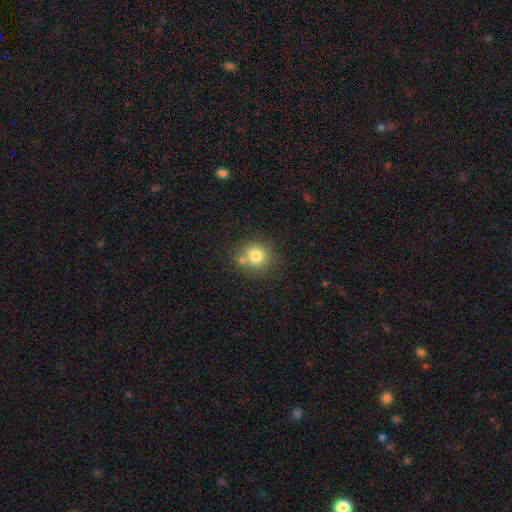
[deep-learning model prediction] smooth_or_featured: smooth (p=0.79) [alt: star or artifact p=0.12]
how_rounded: round (p=0.88) [alt: in between p=0.11]
merging: none (p=0.68) [alt: merger p=0.18]